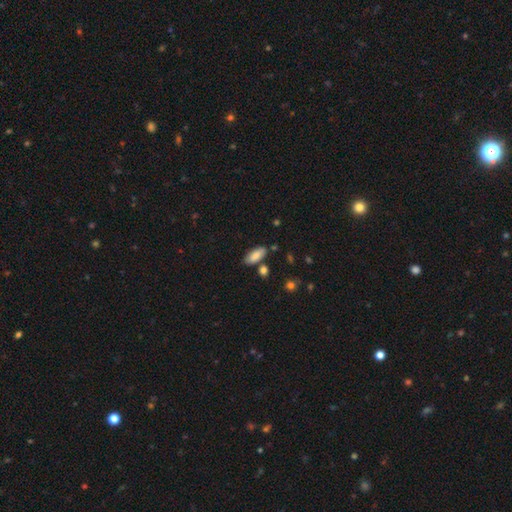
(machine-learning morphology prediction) smooth_or_featured: smooth (p=0.82) [alt: featured or disk p=0.12]
how_rounded: in between (p=0.83) [alt: cigar-shaped p=0.15]
merging: none (p=0.78) [alt: minor disturbance p=0.13]